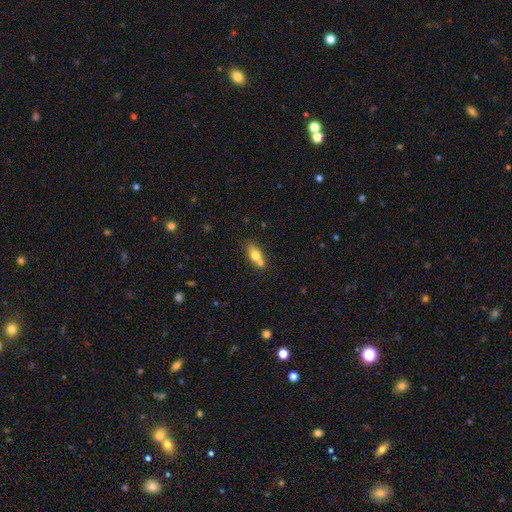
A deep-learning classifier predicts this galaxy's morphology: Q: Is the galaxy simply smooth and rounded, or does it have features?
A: smooth — 75%.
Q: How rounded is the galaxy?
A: in between — 79%.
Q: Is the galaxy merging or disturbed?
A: none — 46%.